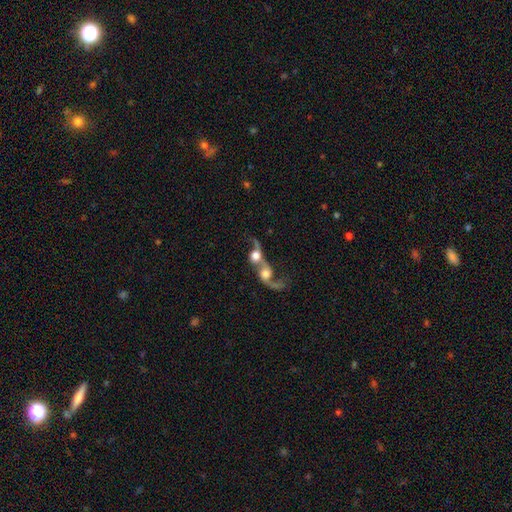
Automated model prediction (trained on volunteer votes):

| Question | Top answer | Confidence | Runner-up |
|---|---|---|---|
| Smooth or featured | featured or disk | 49% | smooth (41%) |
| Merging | merger | 82% | none (7%) |